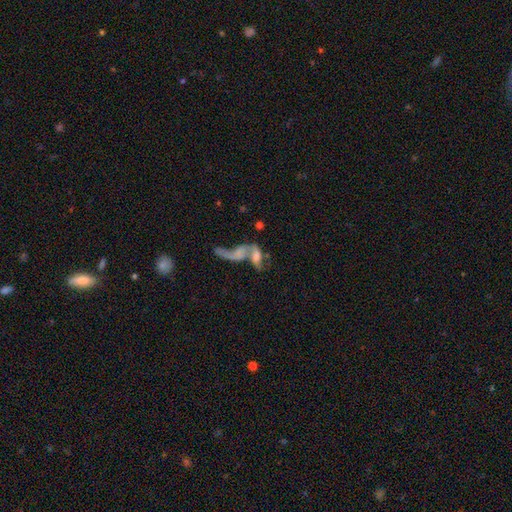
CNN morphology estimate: Smooth or featured: featured or disk — 53% (smooth — 35%)
Edge-on disk: no — 90% (yes — 10%)
Merging: merger — 69% (major disturbance — 16%)